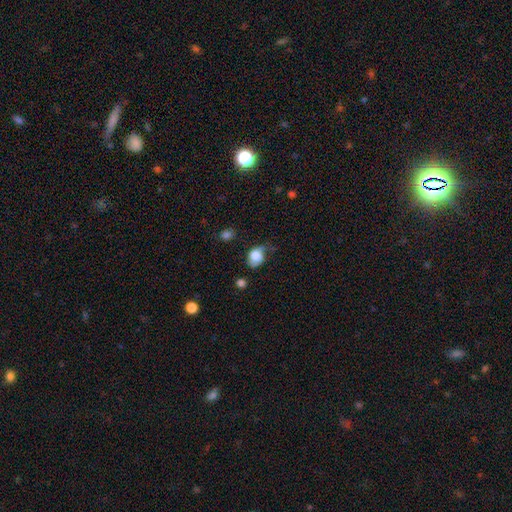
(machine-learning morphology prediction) smooth_or_featured: smooth (p=0.75) [alt: featured or disk p=0.17]
how_rounded: in between (p=0.66) [alt: round p=0.33]
merging: minor disturbance (p=0.40) [alt: none p=0.38]